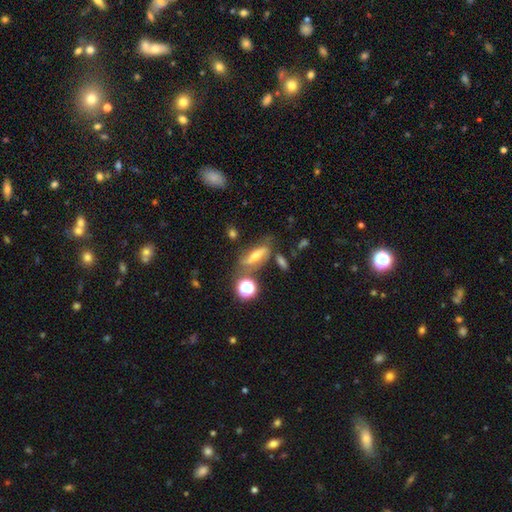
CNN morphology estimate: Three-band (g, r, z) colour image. It shows a featured or disk galaxy (43%). Merging: none (58%).